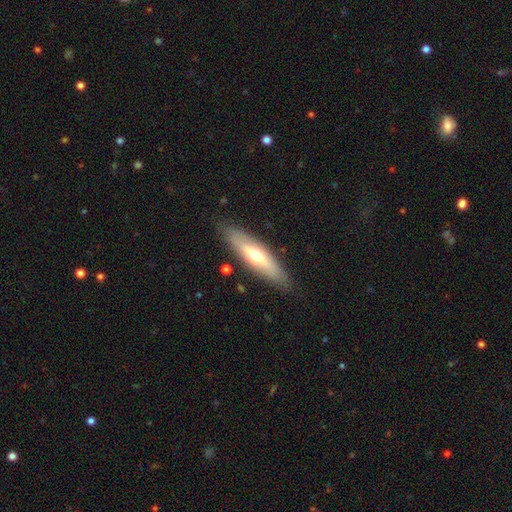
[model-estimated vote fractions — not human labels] smooth_or_featured: smooth (p=0.51) [alt: featured or disk p=0.44]
how_rounded: cigar-shaped (p=0.62) [alt: in between p=0.36]
merging: none (p=0.85) [alt: minor disturbance p=0.11]